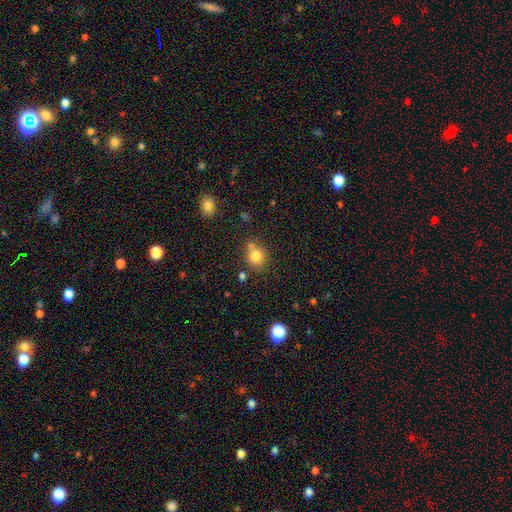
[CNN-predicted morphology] Smooth or featured: smooth — 81% (star or artifact — 12%)
How rounded: round — 83% (in between — 16%)
Merging: none — 64% (merger — 19%)